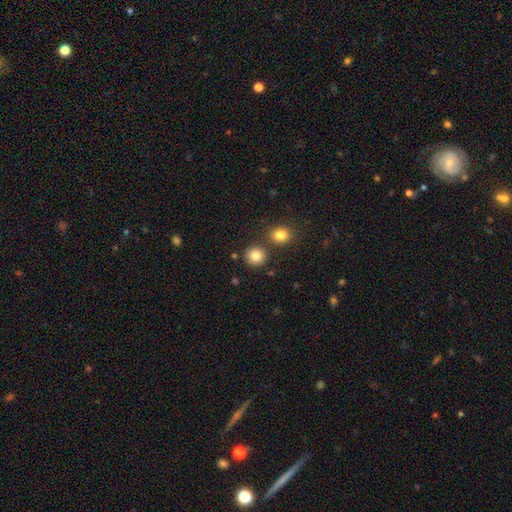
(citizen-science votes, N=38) smooth 87%, featured or disk 8%, star or artifact 5%. Down the decision tree: how rounded — round (91%); merging — none (92%).